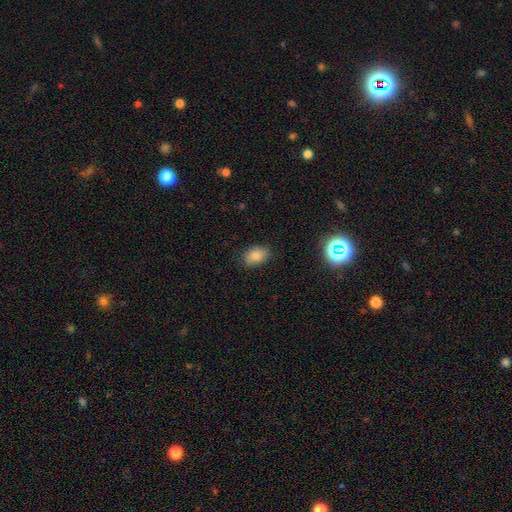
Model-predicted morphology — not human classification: Q: Smooth or featured?
A: smooth (83%); runner-up: star or artifact (10%)
Q: How rounded?
A: in between (85%); runner-up: round (14%)
Q: Merging?
A: none (84%); runner-up: minor disturbance (12%)